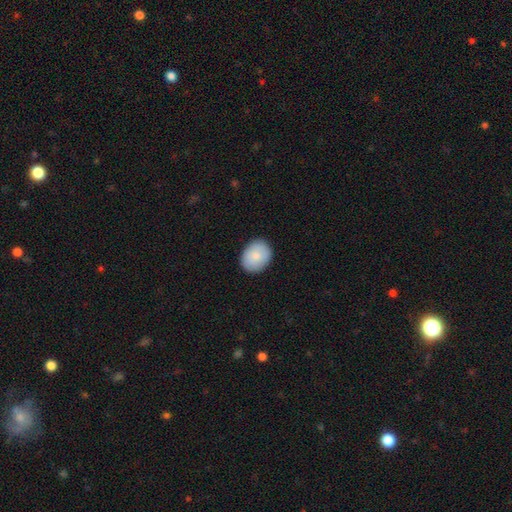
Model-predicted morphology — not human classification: smooth_or_featured: smooth (p=0.87) [alt: featured or disk p=0.07]
how_rounded: in between (p=0.54) [alt: round p=0.45]
merging: none (p=0.89) [alt: minor disturbance p=0.09]